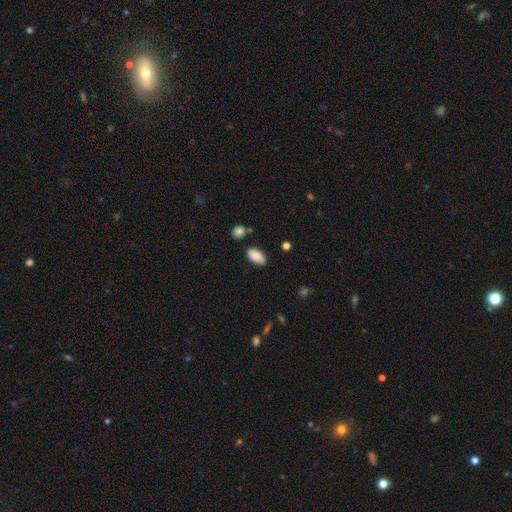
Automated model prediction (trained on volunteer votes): Morphology: type=smooth (88%); roundness=in between (94%); merging=none (79%).